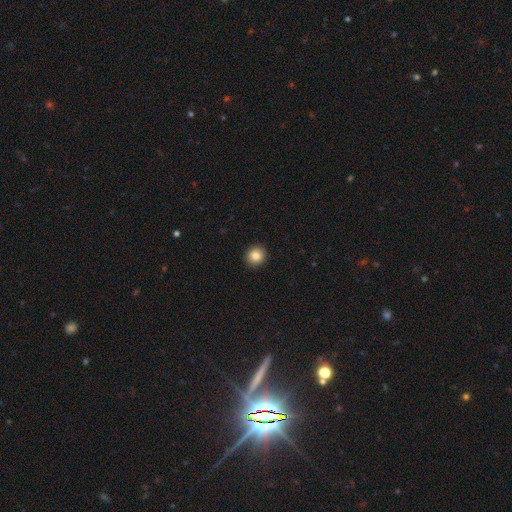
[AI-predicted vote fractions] This is clearly a smooth galaxy (85%). How rounded: clearly round (89%). Merging: clearly none (92%).